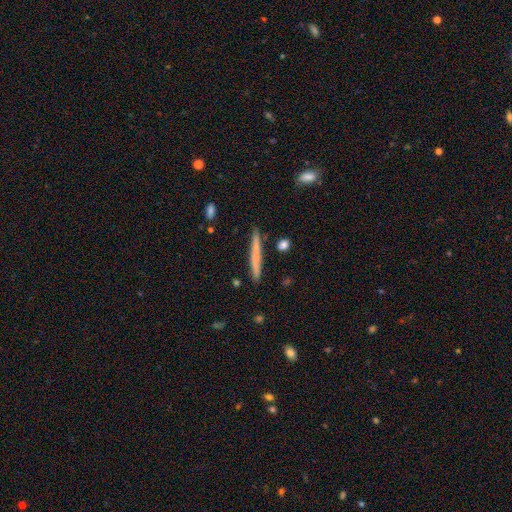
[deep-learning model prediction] smooth-or-featured: smooth: 61% | featured or disk: 33% | star or artifact: 6%
  how-rounded: cigar-shaped: 96% | in between: 2% | round: 1%
  merging: none: 89% | minor disturbance: 7% | merger: 2% | major disturbance: 1%